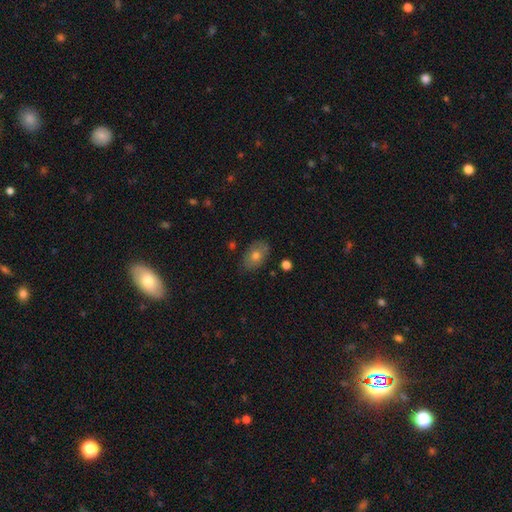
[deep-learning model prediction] This is likely a smooth galaxy (69%). How rounded: clearly in between (85%). Merging: clearly none (80%).